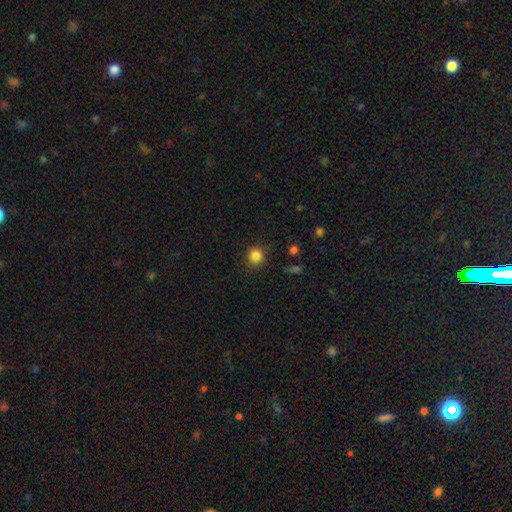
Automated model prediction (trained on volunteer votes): This appears to be a smooth galaxy with no disk features (85%) that is round (89%). Merging: none (87%).